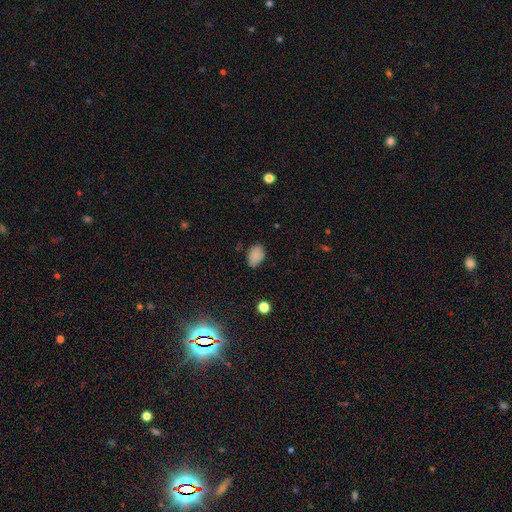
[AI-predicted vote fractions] The model was most divided on "merging": none: 76%, minor disturbance: 19%, major disturbance: 4%, merger: 2%. More confident: smooth or featured — smooth (85%); how rounded — in between (84%).